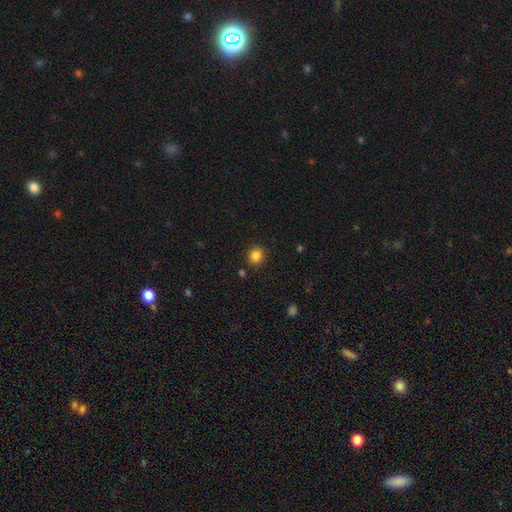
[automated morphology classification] smooth_or_featured: smooth (p=0.84) [alt: star or artifact p=0.11]
how_rounded: round (p=0.86) [alt: in between p=0.13]
merging: none (p=0.89) [alt: minor disturbance p=0.07]